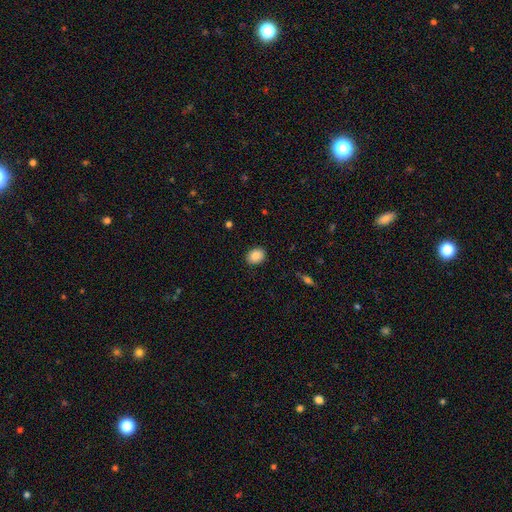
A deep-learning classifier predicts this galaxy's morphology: Smooth or featured? Predicted: smooth (p=0.88). How rounded? Predicted: in between (p=0.58). Merging? Predicted: none (p=0.89).